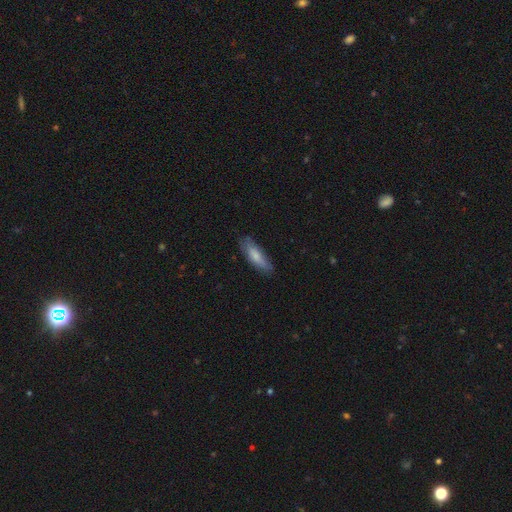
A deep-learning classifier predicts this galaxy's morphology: Overall: smooth (72%). How rounded: cigar-shaped (52%; in between 47%). Merging: none (76%).